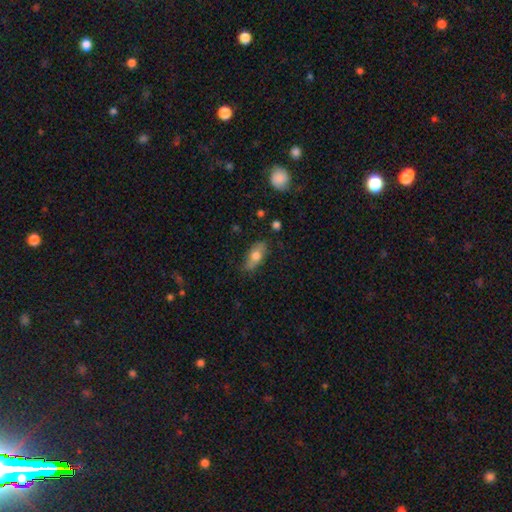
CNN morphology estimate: A smooth galaxy with no disk features (66%) that is in between round and cigar-shaped (82%). Merging: none (73%).